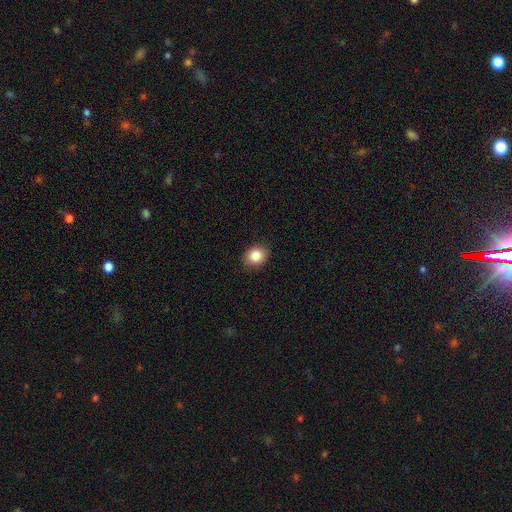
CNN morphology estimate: Overall: smooth (85%). How rounded: round (64%; in between 36%). Merging: none (88%).